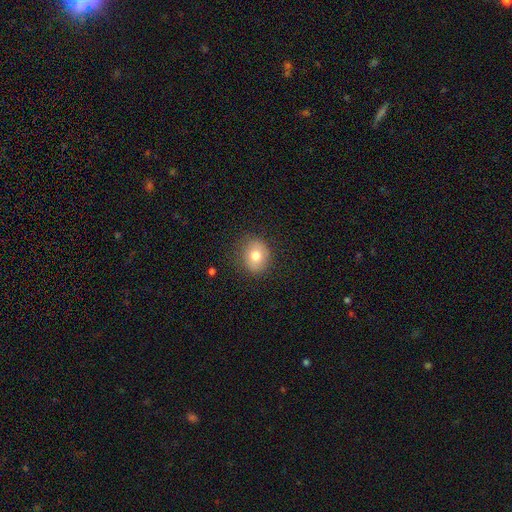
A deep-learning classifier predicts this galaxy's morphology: smooth 76%, featured or disk 14%, star or artifact 9%. Down the decision tree: how rounded — round (65%); merging — none (84%).